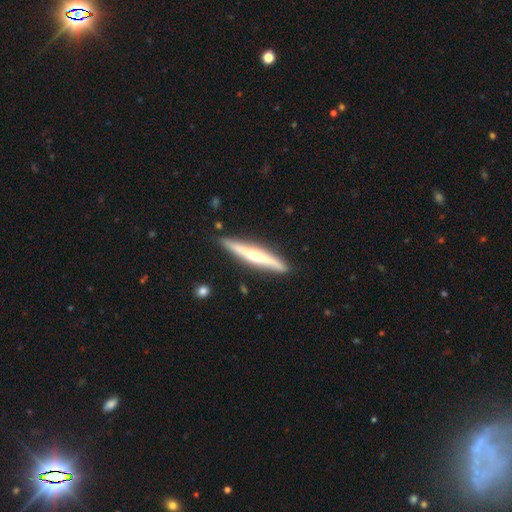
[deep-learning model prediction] smooth-or-featured: featured or disk: 63% | smooth: 31% | star or artifact: 5%
  disk-edge-on: yes: 95% | no: 5%
    edge-on-bulge: rounded: 86% | none: 10% | boxy: 4%
  merging: none: 89% | minor disturbance: 8% | major disturbance: 2% | merger: 1%